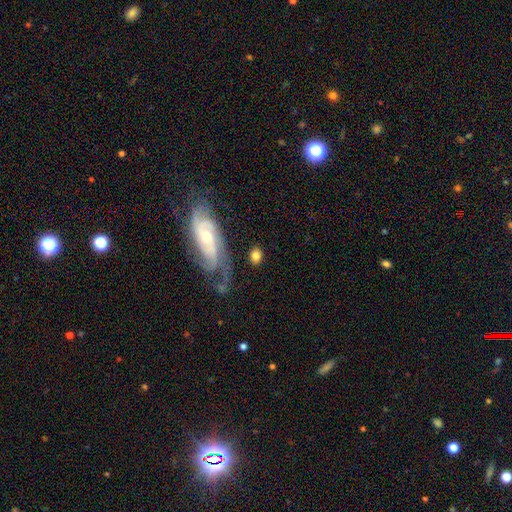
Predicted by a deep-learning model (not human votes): This appears to be a smooth galaxy with no disk features (70%) that is in between round and cigar-shaped (53%). Merging: none (73%).